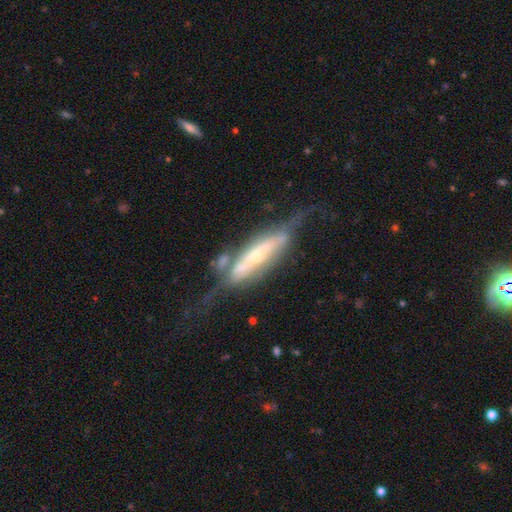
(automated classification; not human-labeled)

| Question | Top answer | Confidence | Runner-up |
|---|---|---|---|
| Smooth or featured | featured or disk | 74% | smooth (20%) |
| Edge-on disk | yes | 59% | no (41%) |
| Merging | none | 39% | major disturbance (24%) |